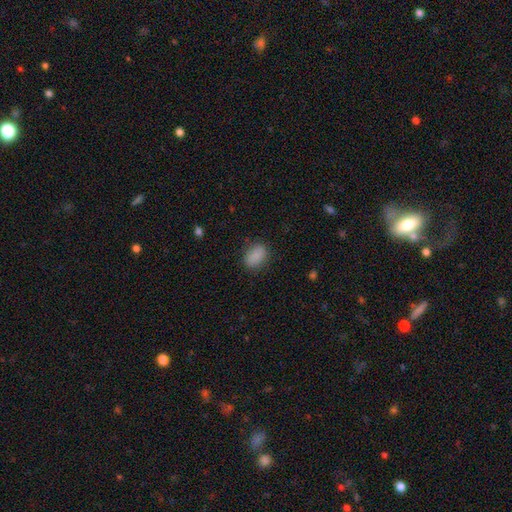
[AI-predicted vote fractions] A smooth galaxy with no disk features (87%) that is in between round and cigar-shaped (84%).

Vote fractions:
- Smooth or featured? smooth: 87% / star or artifact: 9% / featured or disk: 4%
- How rounded? in between: 84% / round: 14% / cigar-shaped: 2%
- Merging? none: 82% / minor disturbance: 13% / major disturbance: 4% / merger: 1%